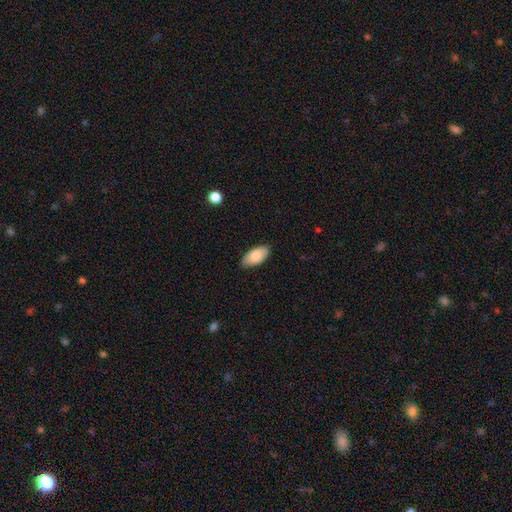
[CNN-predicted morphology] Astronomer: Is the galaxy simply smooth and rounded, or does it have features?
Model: smooth — 83%.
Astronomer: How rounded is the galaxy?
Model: in between — 94%.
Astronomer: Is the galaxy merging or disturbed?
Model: none — 84%.